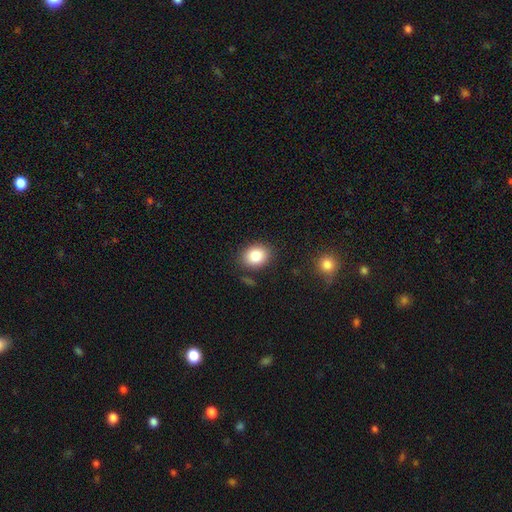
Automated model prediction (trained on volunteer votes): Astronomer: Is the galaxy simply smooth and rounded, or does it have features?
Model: smooth — 85%.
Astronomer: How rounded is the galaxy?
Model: in between — 51% (runner-up: round, 49%).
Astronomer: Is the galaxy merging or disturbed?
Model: none — 84%.